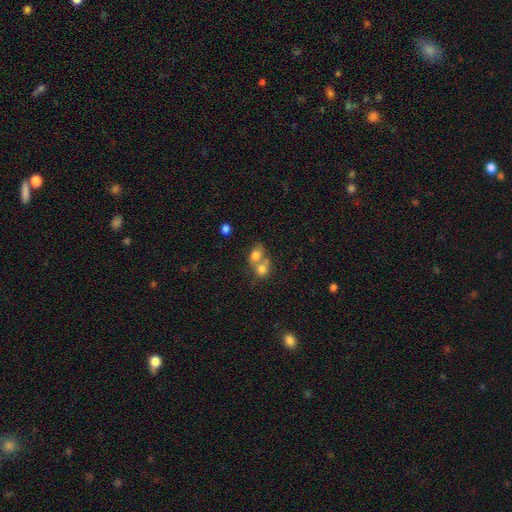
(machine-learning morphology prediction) smooth-or-featured: smooth: 74% | featured or disk: 15% | star or artifact: 10%
  how-rounded: in between: 51% | round: 47% | cigar-shaped: 1%
  merging: merger: 67% | none: 22% | minor disturbance: 7% | major disturbance: 4%